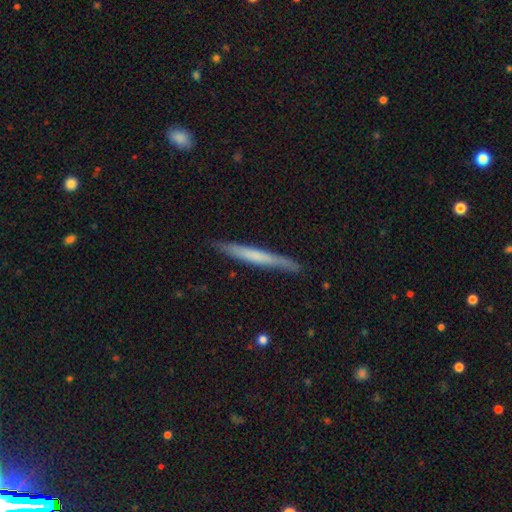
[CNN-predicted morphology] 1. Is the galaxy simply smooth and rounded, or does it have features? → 51% smooth, 44% featured or disk, 5% star or artifact.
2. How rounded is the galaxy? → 97% cigar-shaped, 2% in between, 1% round.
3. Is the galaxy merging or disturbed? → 85% none, 11% minor disturbance, 2% major disturbance, 1% merger.